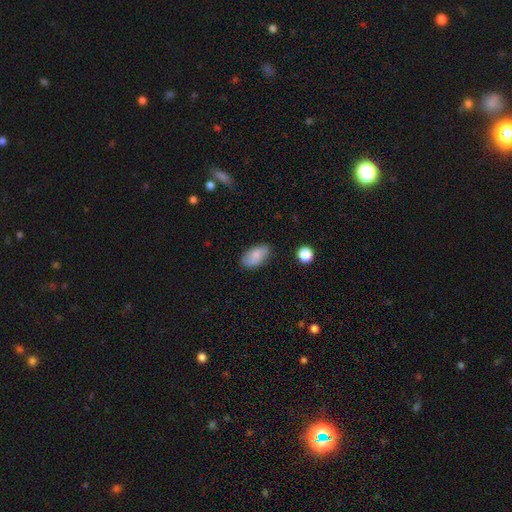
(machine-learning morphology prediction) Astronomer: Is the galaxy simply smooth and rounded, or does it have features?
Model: smooth — 78%.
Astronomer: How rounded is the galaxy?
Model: in between — 92%.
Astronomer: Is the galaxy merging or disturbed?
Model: none — 78%.